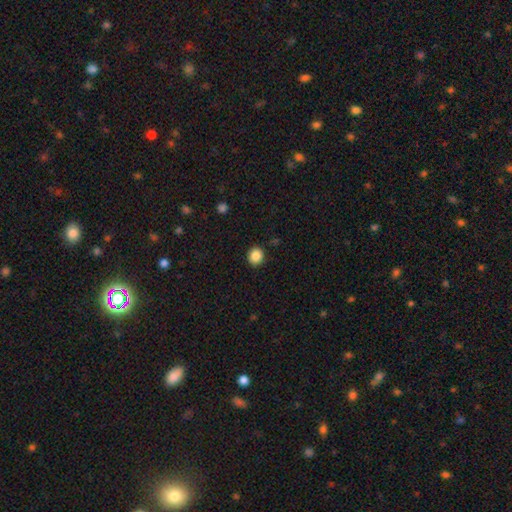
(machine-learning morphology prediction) A smooth galaxy with no disk features (87%) that is round (80%). Merging: none (91%).